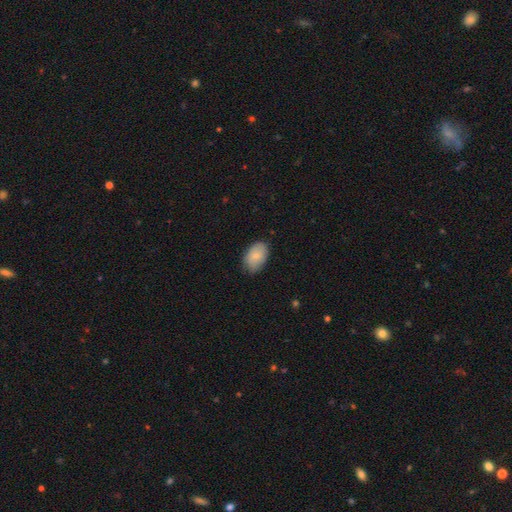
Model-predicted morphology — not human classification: This is likely a smooth galaxy (77%). How rounded: clearly in between (90%). Merging: likely none (75%).